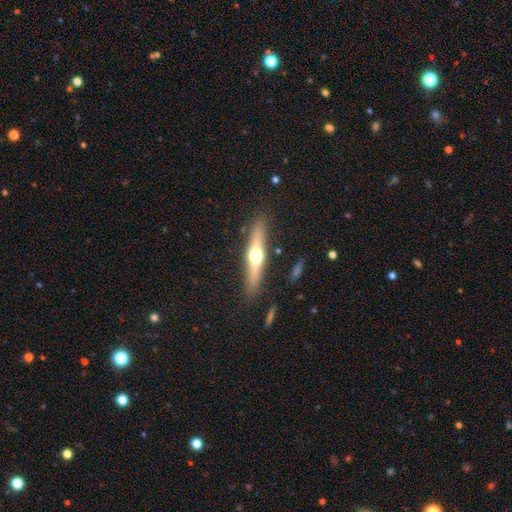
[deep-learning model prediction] Smooth or featured? featured or disk (62%)
Edge-on disk? yes (95%)
Edge-on bulge? rounded (95%)
Merging? none (87%)